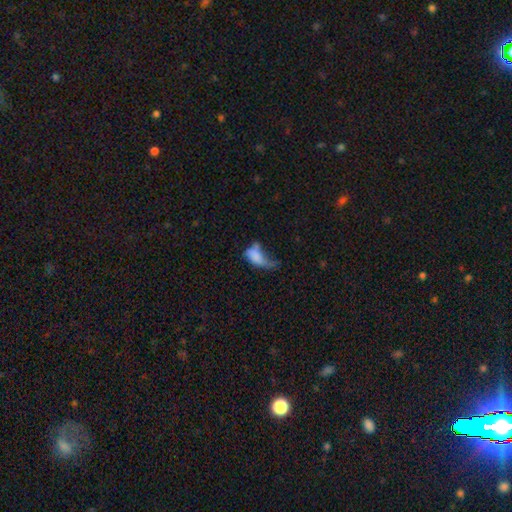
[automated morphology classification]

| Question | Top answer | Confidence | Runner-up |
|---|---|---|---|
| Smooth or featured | smooth | 64% | featured or disk (25%) |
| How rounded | in between | 86% | cigar-shaped (8%) |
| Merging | major disturbance | 51% | minor disturbance (19%) |